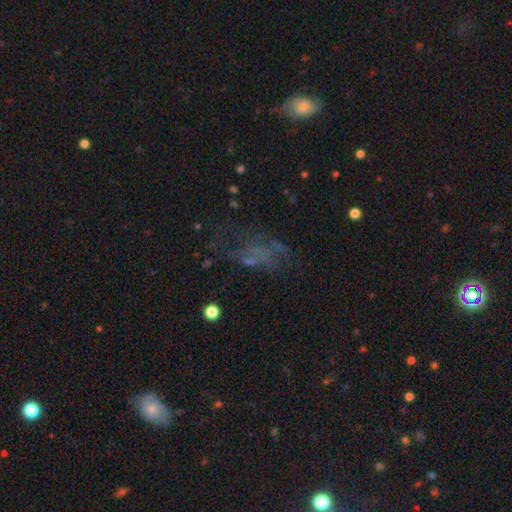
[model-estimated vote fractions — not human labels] This appears to be a featured or disk galaxy (45%). Merging: major disturbance (39%).